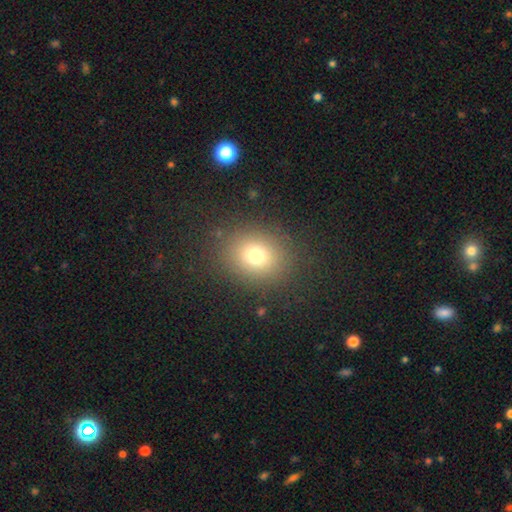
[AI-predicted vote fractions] Overall: smooth (74%). How rounded: round (67%; in between 32%). Merging: none (85%).